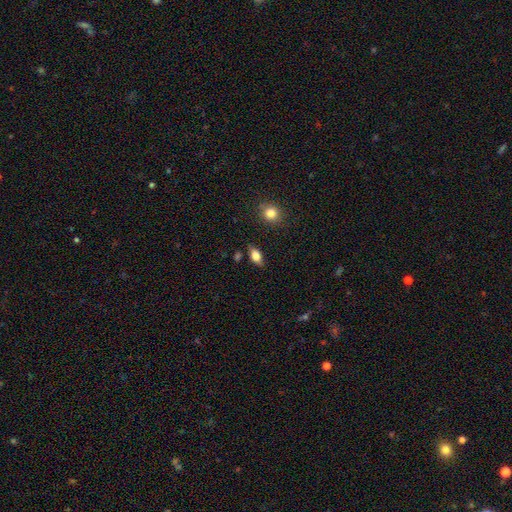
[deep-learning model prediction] The model was most divided on "smooth or featured": smooth: 75%, featured or disk: 17%, star or artifact: 8%. More confident: how rounded — in between (83%); merging — none (81%).